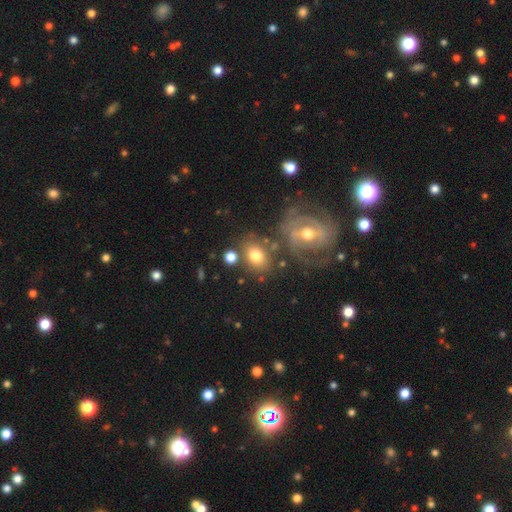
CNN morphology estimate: This appears to be a smooth galaxy with no disk features (62%) that is in between round and cigar-shaped (61%). Merging: none (64%).